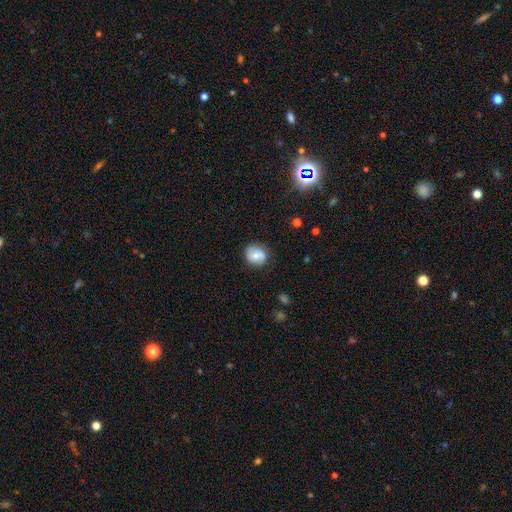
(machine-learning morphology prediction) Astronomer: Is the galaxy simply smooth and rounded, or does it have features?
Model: smooth — 58%.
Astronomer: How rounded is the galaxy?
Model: round — 79%.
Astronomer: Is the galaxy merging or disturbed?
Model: none — 76%.